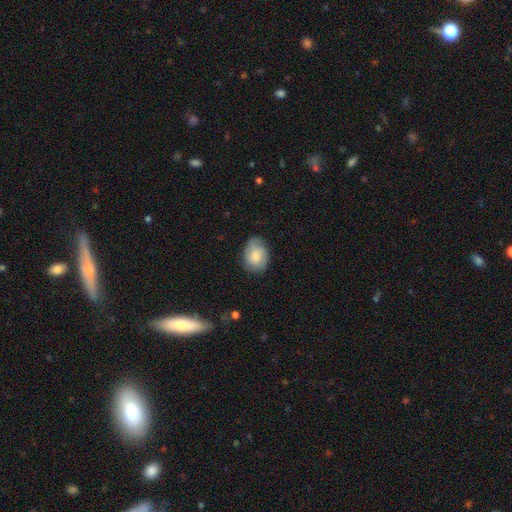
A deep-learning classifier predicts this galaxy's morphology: A smooth galaxy with no disk features (72%) that is in between round and cigar-shaped (73%).

Vote fractions:
- Smooth or featured? smooth: 72% / featured or disk: 22% / star or artifact: 7%
- How rounded? in between: 73% / round: 26% / cigar-shaped: 1%
- Merging? none: 70% / minor disturbance: 23% / major disturbance: 5% / merger: 1%